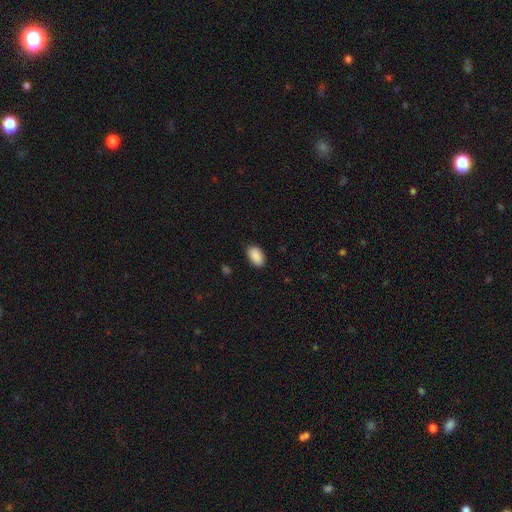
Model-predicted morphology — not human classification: A smooth galaxy with no disk features (90%) that is in between round and cigar-shaped (92%).

Vote fractions:
- Smooth or featured? smooth: 90% / star or artifact: 7% / featured or disk: 3%
- How rounded? in between: 92% / round: 6% / cigar-shaped: 1%
- Merging? none: 86% / minor disturbance: 10% / major disturbance: 2% / merger: 1%